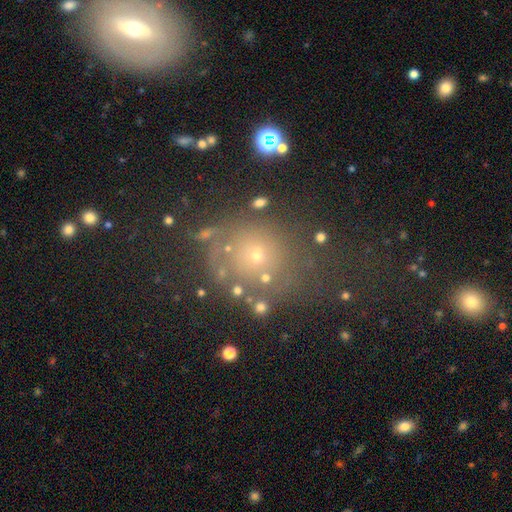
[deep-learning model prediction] A smooth galaxy with no disk features (43%). Merging: none (64%).